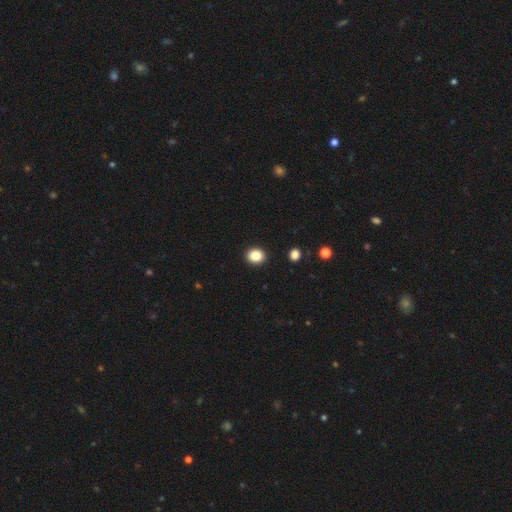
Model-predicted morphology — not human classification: Smooth or featured?
  - smooth: 86% *
  - star or artifact: 10%
  - featured or disk: 4%
How rounded?
  - round: 72% *
  - in between: 27%
  - cigar-shaped: 1%
Merging?
  - none: 92% *
  - minor disturbance: 5%
  - major disturbance: 2%
  - merger: 1%